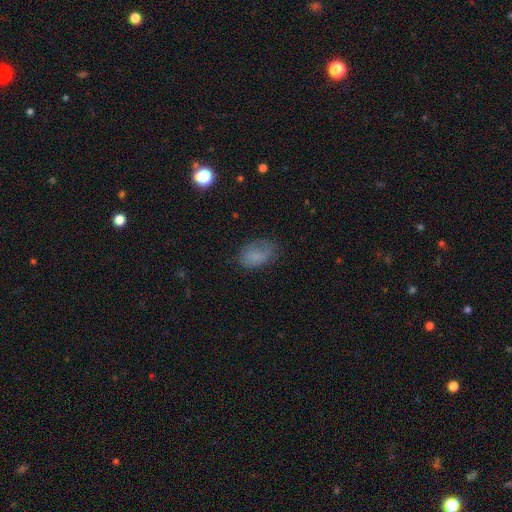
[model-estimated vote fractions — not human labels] A smooth galaxy with no disk features (78%) that is in between round and cigar-shaped (86%).

Vote fractions:
- Smooth or featured? smooth: 78% / star or artifact: 11% / featured or disk: 10%
- How rounded? in between: 86% / round: 13% / cigar-shaped: 1%
- Merging? none: 64% / minor disturbance: 25% / major disturbance: 10% / merger: 1%